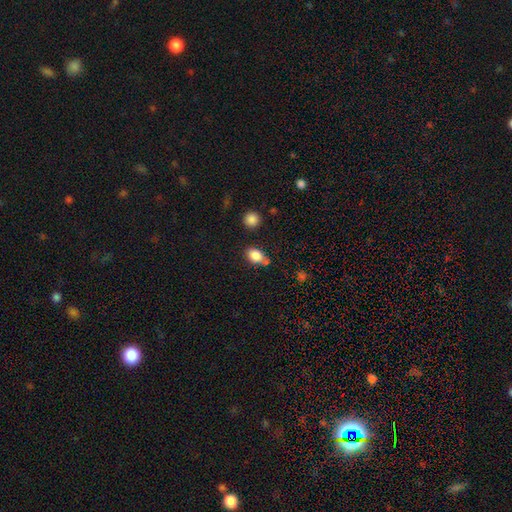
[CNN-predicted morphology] Q: Smooth or featured?
A: smooth (85%); runner-up: star or artifact (10%)
Q: How rounded?
A: in between (71%); runner-up: round (27%)
Q: Merging?
A: none (64%); runner-up: minor disturbance (19%)